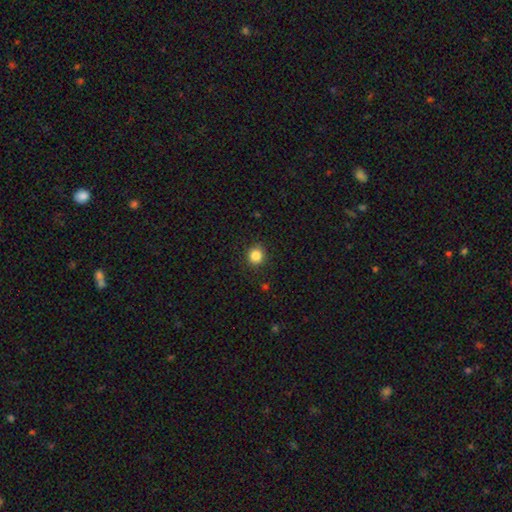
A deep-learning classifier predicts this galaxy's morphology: smooth 85%, star or artifact 11%, featured or disk 4%. Down the decision tree: how rounded — round (90%); merging — none (90%).